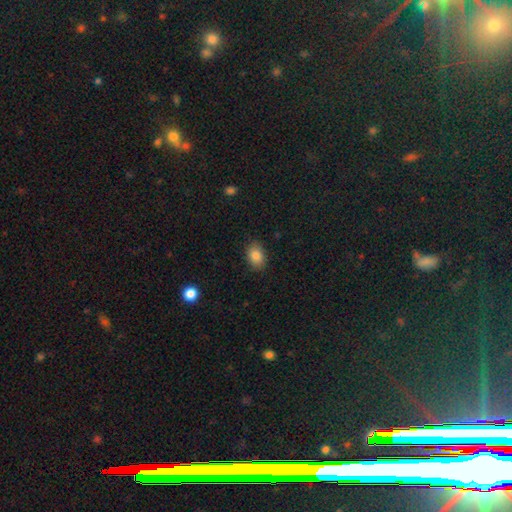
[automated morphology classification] Smooth or featured? Predicted: smooth (p=0.86). How rounded? Predicted: in between (p=0.77). Merging? Predicted: none (p=0.86).